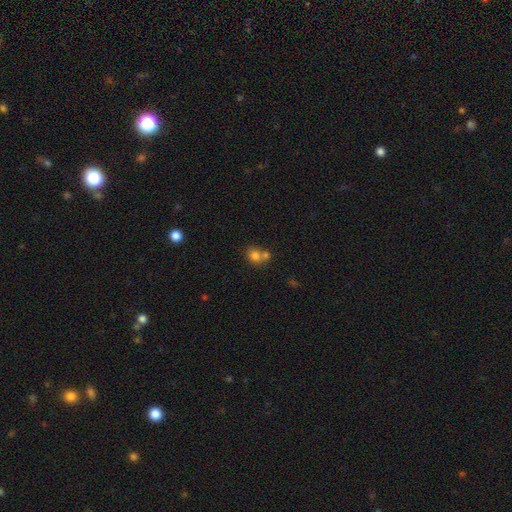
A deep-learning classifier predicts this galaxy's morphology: Smooth or featured: smooth — 76% (featured or disk — 12%)
How rounded: round — 66% (in between — 33%)
Merging: merger — 51% (none — 37%)